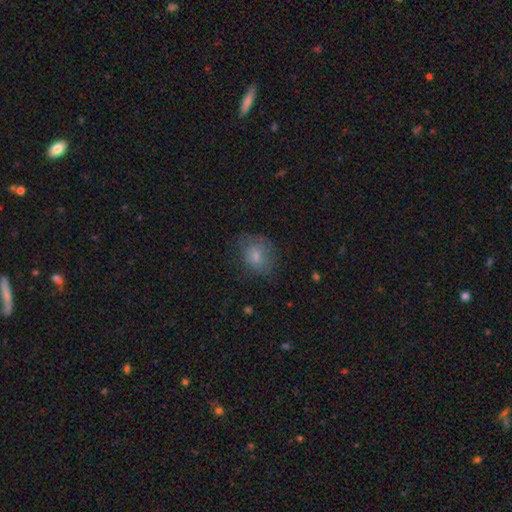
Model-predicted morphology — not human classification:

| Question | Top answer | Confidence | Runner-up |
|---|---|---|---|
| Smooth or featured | smooth | 64% | featured or disk (22%) |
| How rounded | round | 53% | in between (46%) |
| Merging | none | 68% | minor disturbance (21%) |